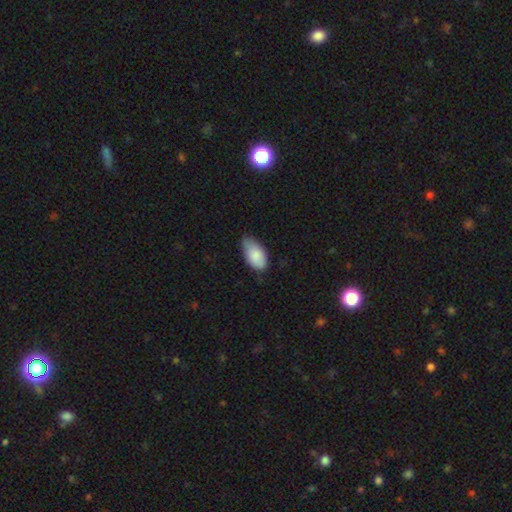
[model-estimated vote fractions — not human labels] A smooth galaxy with no disk features (85%) that is in between round and cigar-shaped (95%). Merging: none (48%).